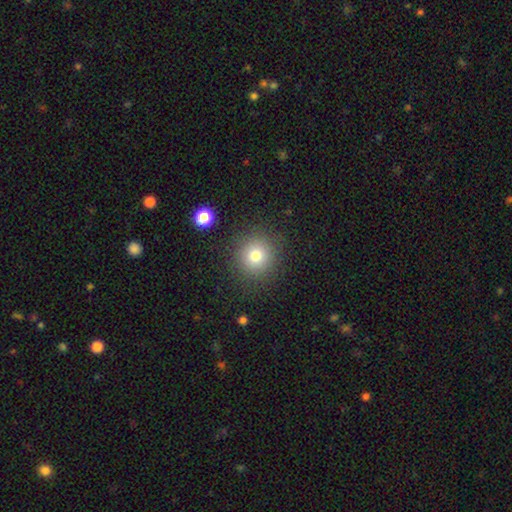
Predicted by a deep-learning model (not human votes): Smooth or featured: smooth — 76% (star or artifact — 14%)
How rounded: round — 93% (in between — 6%)
Merging: none — 87% (minor disturbance — 7%)